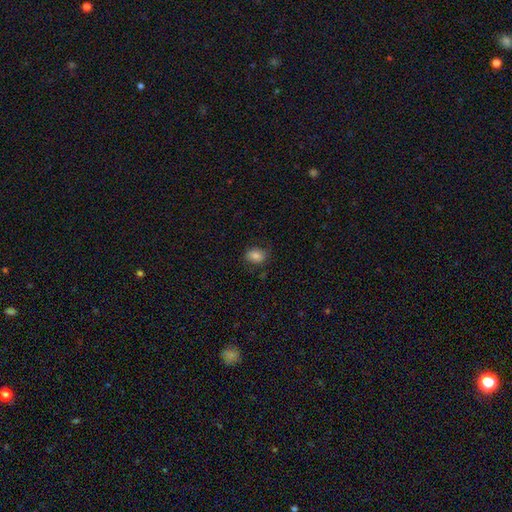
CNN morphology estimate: A smooth galaxy with no disk features (79%) that is in between round and cigar-shaped (64%). Merging: none (74%).